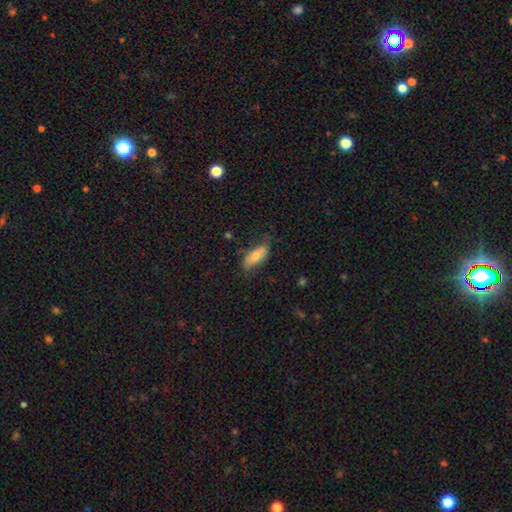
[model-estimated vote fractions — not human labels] smooth-or-featured: smooth: 69% | featured or disk: 24% | star or artifact: 7%
  how-rounded: in between: 72% | cigar-shaped: 26% | round: 2%
  merging: none: 68% | minor disturbance: 24% | major disturbance: 7% | merger: 2%